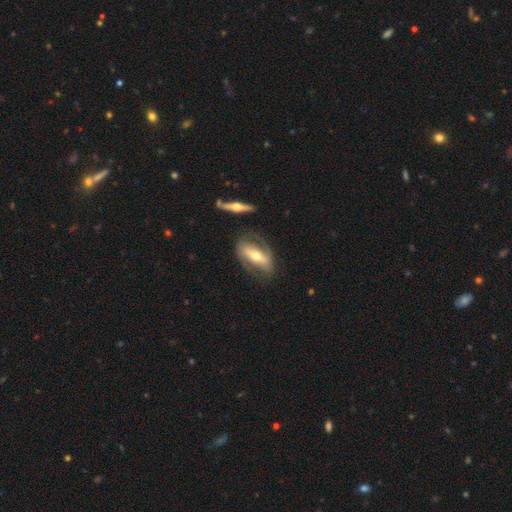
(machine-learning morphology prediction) A featured or disk galaxy (66%).

Vote fractions:
- Smooth or featured? featured or disk: 66% / smooth: 28% / star or artifact: 6%
- Edge-on disk? no: 74% / yes: 26%
- Merging? none: 63% / minor disturbance: 20% / major disturbance: 12% / merger: 4%